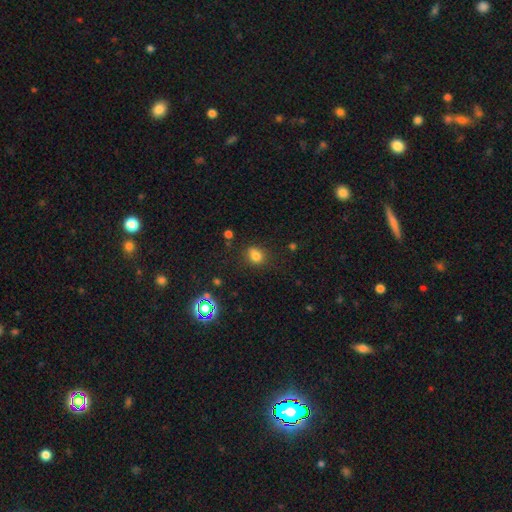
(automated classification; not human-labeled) smooth 77%, star or artifact 15%, featured or disk 8%. Down the decision tree: how rounded — round (50%); merging — none (70%).